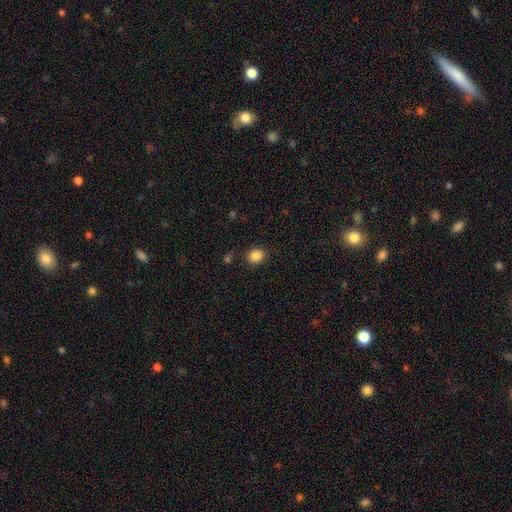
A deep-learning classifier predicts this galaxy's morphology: smooth-or-featured: smooth: 86% | star or artifact: 10% | featured or disk: 4%
  how-rounded: round: 66% | in between: 33% | cigar-shaped: 1%
  merging: none: 85% | minor disturbance: 9% | major disturbance: 3% | merger: 2%